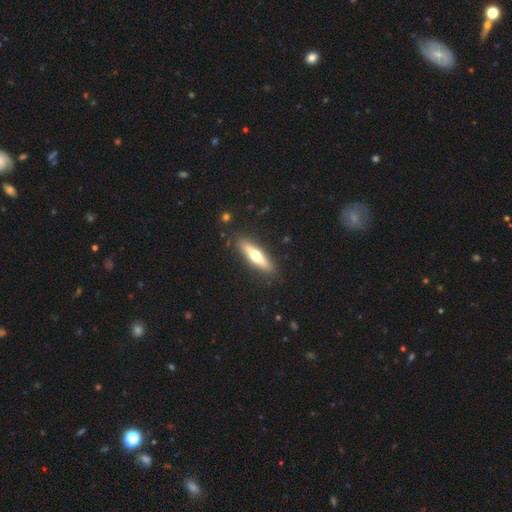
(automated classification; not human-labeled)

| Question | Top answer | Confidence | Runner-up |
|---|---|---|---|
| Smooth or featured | featured or disk | 49% | smooth (46%) |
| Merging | none | 89% | minor disturbance (8%) |